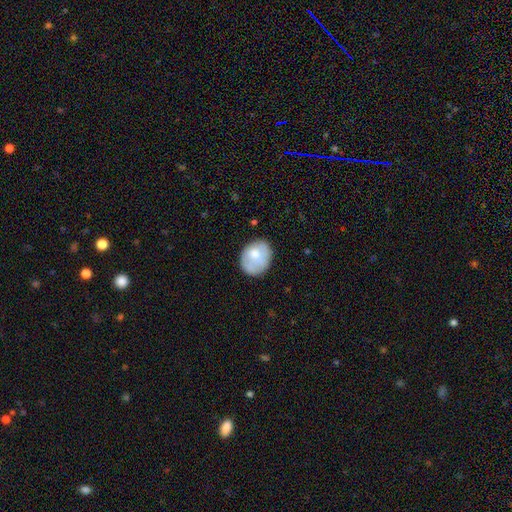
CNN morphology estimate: Q: Smooth or featured?
A: smooth (69%); runner-up: featured or disk (23%)
Q: How rounded?
A: round (51%); runner-up: in between (48%)
Q: Merging?
A: none (68%); runner-up: minor disturbance (22%)